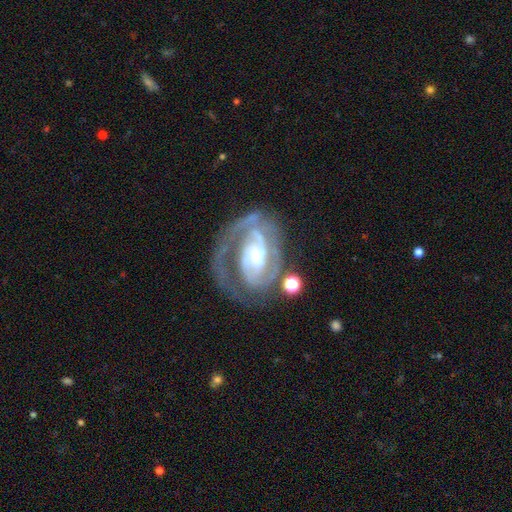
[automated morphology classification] This appears to be a featured or disk galaxy (90%) with a weak bar (46%), 2 (57%) tight (54%) spiral arms (96%) and a small central bulge (54%). Merging: none (54%).